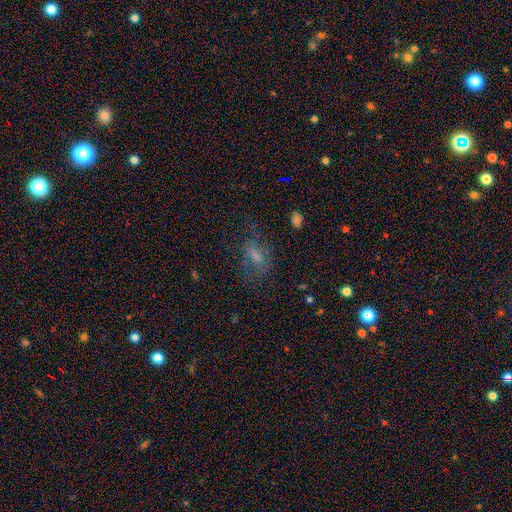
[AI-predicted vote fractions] A smooth galaxy with no disk features (43%).

Vote fractions:
- Smooth or featured? smooth: 43% / featured or disk: 33% / star or artifact: 24%
- Merging? none: 58% / minor disturbance: 21% / major disturbance: 19% / merger: 2%